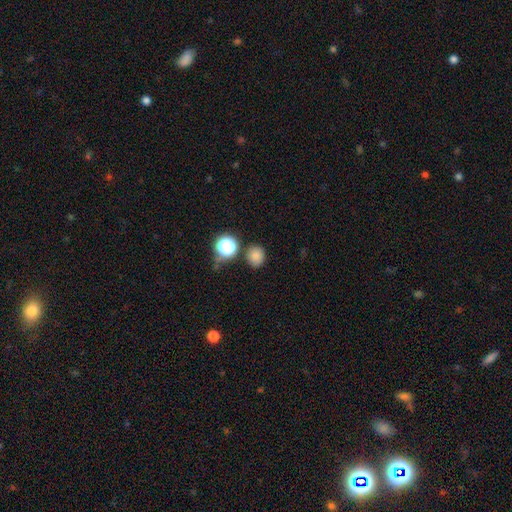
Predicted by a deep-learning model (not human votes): Smooth or featured?
  - smooth: 79% *
  - star or artifact: 16%
  - featured or disk: 6%
How rounded?
  - round: 73% *
  - in between: 26%
  - cigar-shaped: 1%
Merging?
  - none: 79% *
  - minor disturbance: 12%
  - merger: 6%
  - major disturbance: 4%